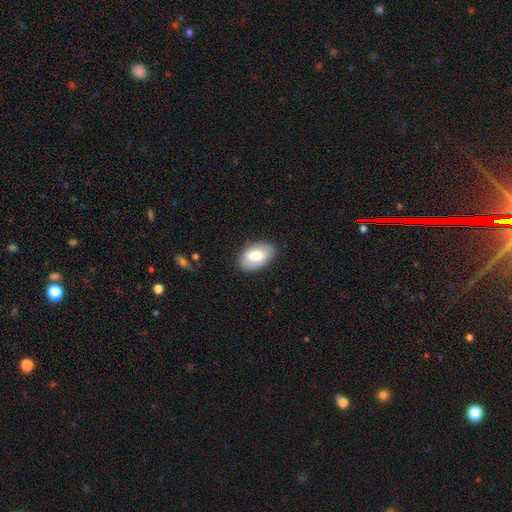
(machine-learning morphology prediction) This is likely a smooth galaxy (77%). How rounded: clearly in between (92%). Merging: clearly none (84%).